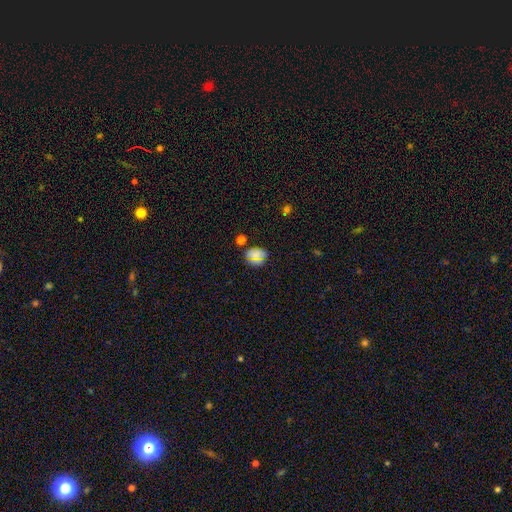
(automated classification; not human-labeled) This appears to be a smooth galaxy with no disk features (71%) that is in between round and cigar-shaped (60%). Merging: none (80%).